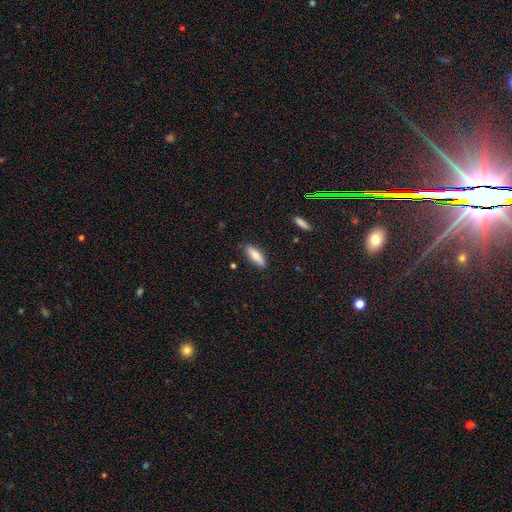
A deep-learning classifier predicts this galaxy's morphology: This appears to be a smooth galaxy with no disk features (83%) that is in between round and cigar-shaped (56%). Merging: none (86%).